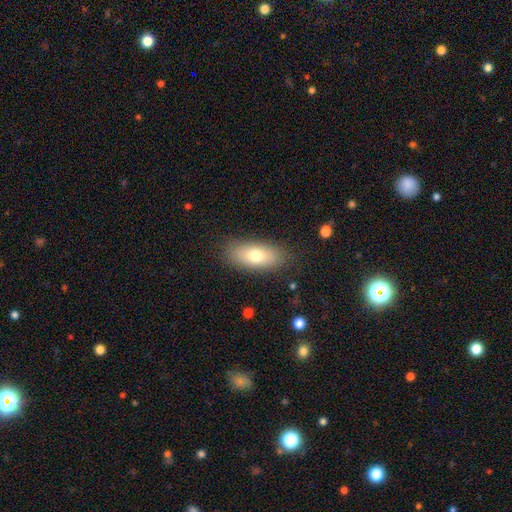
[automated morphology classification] A smooth galaxy with no disk features (73%) that is in between round and cigar-shaped (83%). Merging: none (84%).